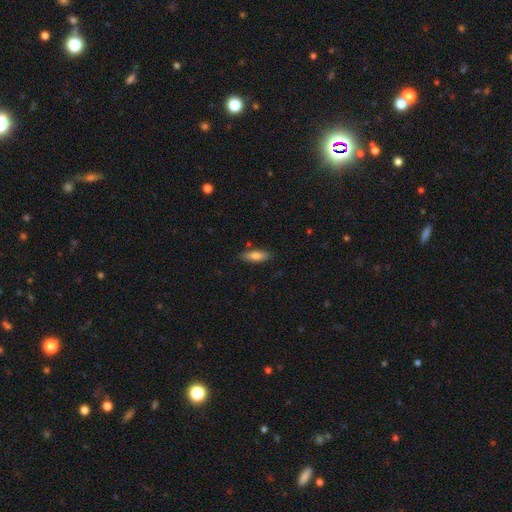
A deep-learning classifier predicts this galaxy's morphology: smooth_or_featured: smooth (p=0.77) [alt: featured or disk p=0.16]
how_rounded: in between (p=0.58) [alt: cigar-shaped p=0.40]
merging: none (p=0.84) [alt: minor disturbance p=0.11]